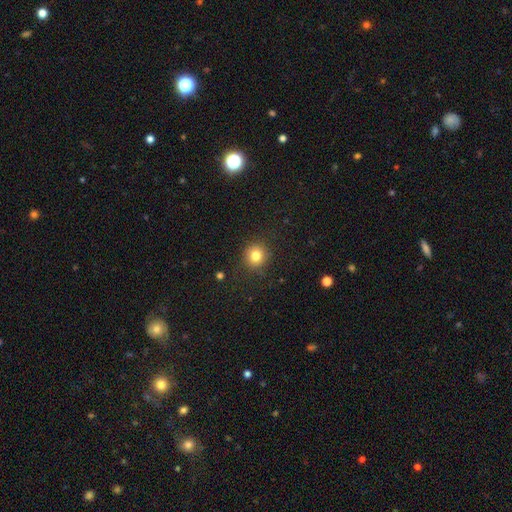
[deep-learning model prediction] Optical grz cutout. It shows a smooth galaxy with no disk features (81%) that is round (89%). Merging: none (87%).